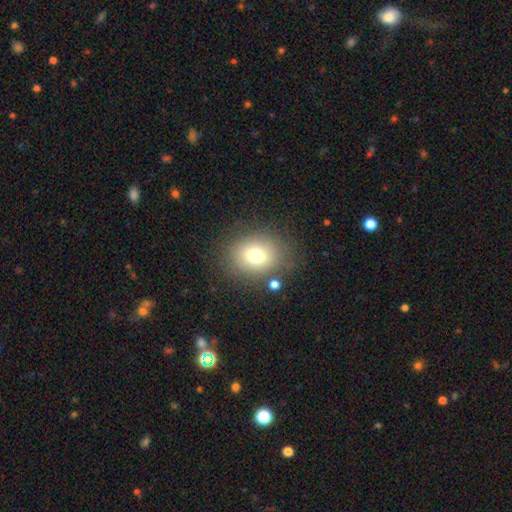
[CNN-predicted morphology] The model was most divided on "how rounded": round: 56%, in between: 43%, cigar-shaped: 1%. More confident: merging — none (79%); smooth or featured — smooth (73%).